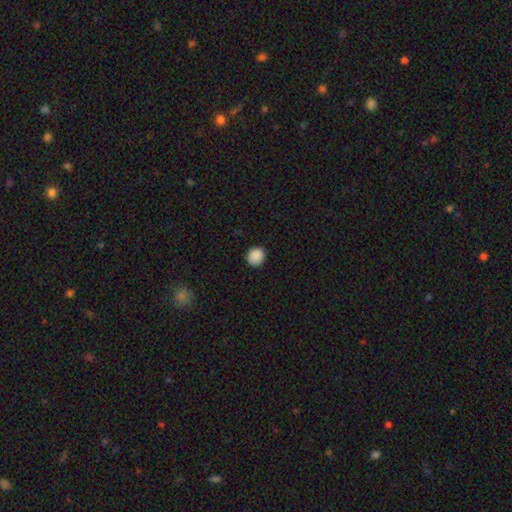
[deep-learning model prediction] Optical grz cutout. It shows a smooth galaxy with no disk features (89%) that is round (83%). Merging: none (91%).